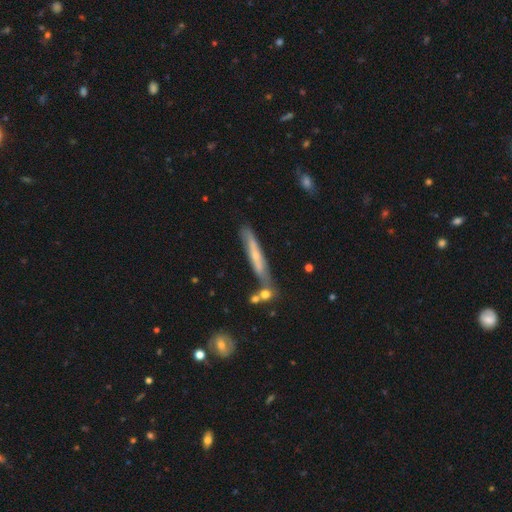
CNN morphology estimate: type=featured or disk (52%); edge-on=yes (85%); merging=none (71%).